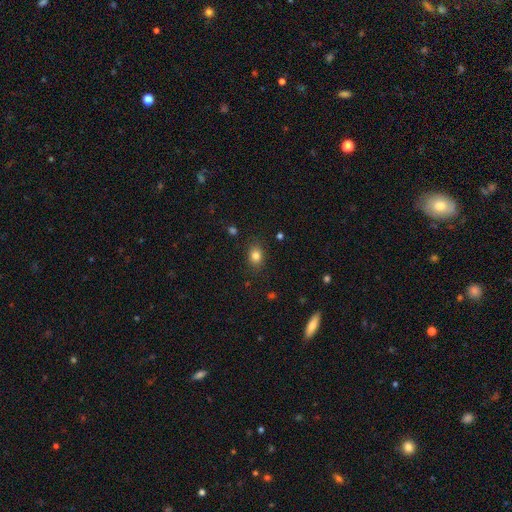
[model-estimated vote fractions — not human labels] smooth-or-featured: smooth: 82% | star or artifact: 11% | featured or disk: 7%
  how-rounded: in between: 62% | round: 37% | cigar-shaped: 1%
  merging: none: 84% | minor disturbance: 11% | major disturbance: 3% | merger: 1%